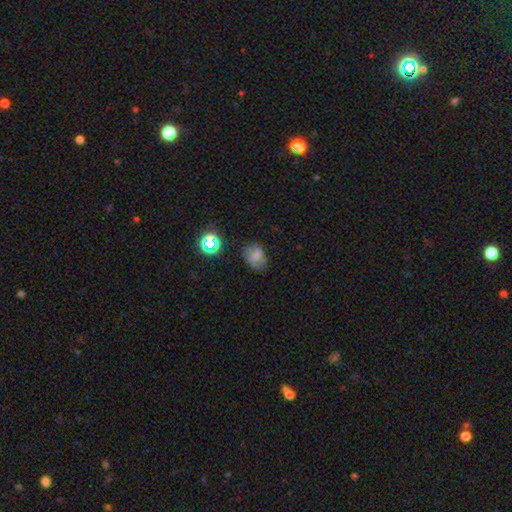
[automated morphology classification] smooth-or-featured: smooth: 70% | star or artifact: 16% | featured or disk: 14%
  how-rounded: in between: 63% | round: 36% | cigar-shaped: 1%
  merging: none: 71% | minor disturbance: 20% | major disturbance: 7% | merger: 2%